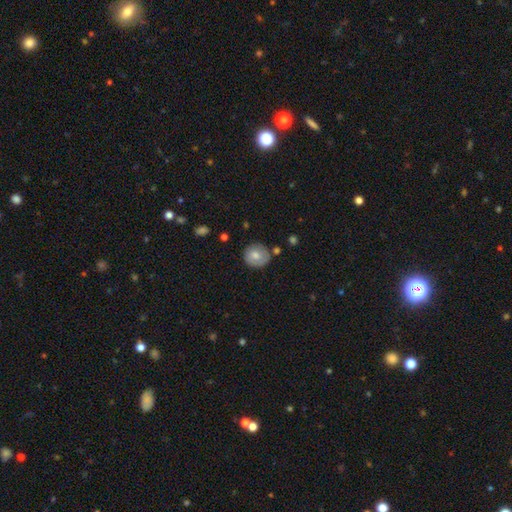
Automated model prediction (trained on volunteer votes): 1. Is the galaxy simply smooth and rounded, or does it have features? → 74% smooth, 18% featured or disk, 8% star or artifact.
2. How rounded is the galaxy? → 90% round, 9% in between, 1% cigar-shaped.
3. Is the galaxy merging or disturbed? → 79% none, 14% minor disturbance, 4% merger, 3% major disturbance.